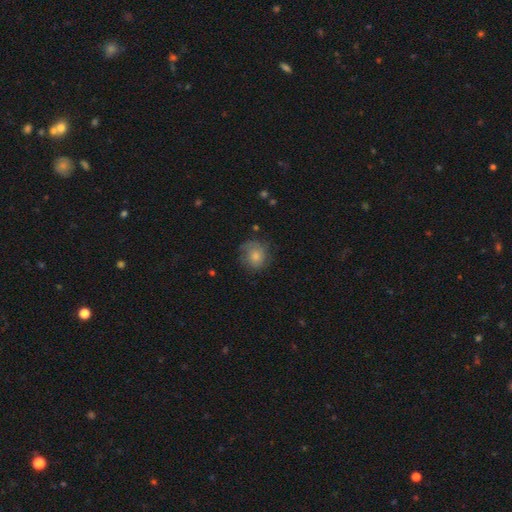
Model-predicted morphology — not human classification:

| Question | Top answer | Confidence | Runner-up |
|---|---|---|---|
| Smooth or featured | smooth | 67% | featured or disk (25%) |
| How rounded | round | 83% | in between (16%) |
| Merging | none | 65% | minor disturbance (23%) |